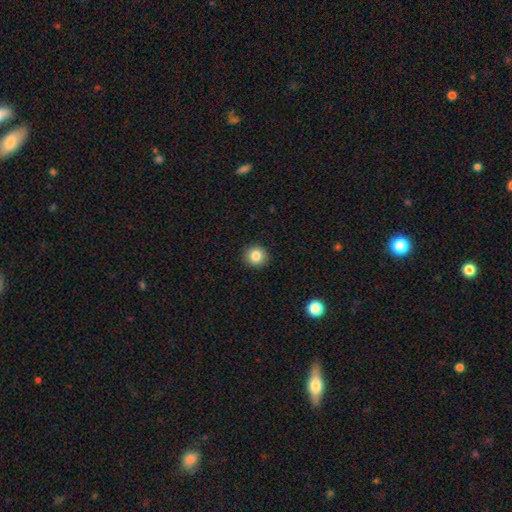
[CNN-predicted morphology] Q: Smooth or featured?
A: smooth (85%); runner-up: star or artifact (10%)
Q: How rounded?
A: round (91%); runner-up: in between (8%)
Q: Merging?
A: none (92%); runner-up: minor disturbance (5%)